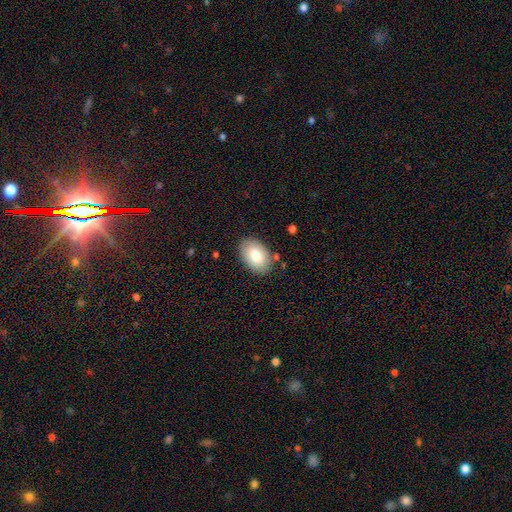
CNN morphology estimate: Smooth or featured? Predicted: smooth (p=0.83). How rounded? Predicted: in between (p=0.91). Merging? Predicted: none (p=0.84).